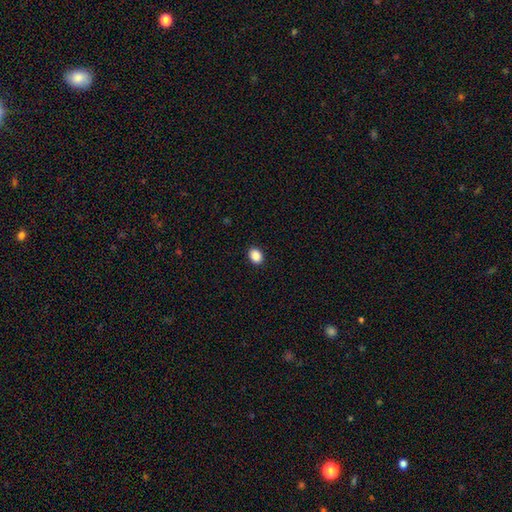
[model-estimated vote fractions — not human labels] Smooth or featured?
  - smooth: 89% *
  - star or artifact: 9%
  - featured or disk: 3%
How rounded?
  - in between: 61% *
  - round: 38%
  - cigar-shaped: 1%
Merging?
  - none: 91% *
  - minor disturbance: 6%
  - major disturbance: 2%
  - merger: 1%